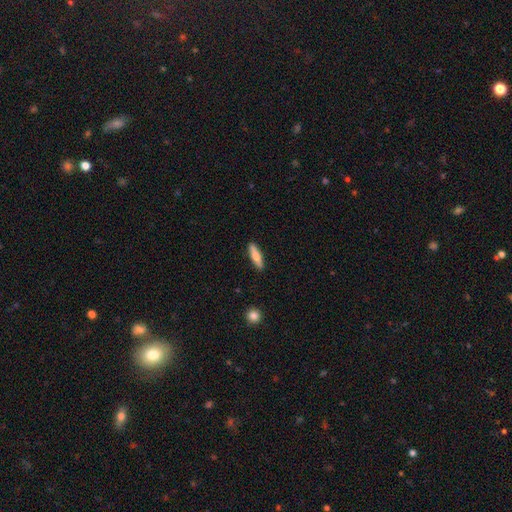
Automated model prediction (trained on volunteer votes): The model was most divided on "how rounded": cigar-shaped: 72%, in between: 26%, round: 2%. More confident: merging — none (89%); smooth or featured — smooth (74%).